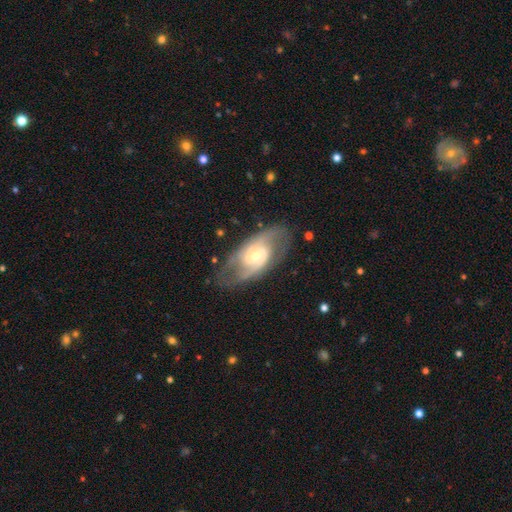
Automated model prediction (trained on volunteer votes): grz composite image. It shows a featured or disk galaxy (83%) with a weak bar (48%), 2 (78%) medium (53%) spiral arms (93%) and a small central bulge (54%). Merging: none (75%).